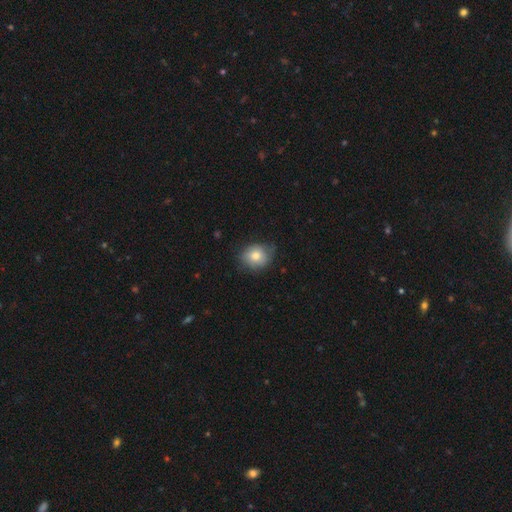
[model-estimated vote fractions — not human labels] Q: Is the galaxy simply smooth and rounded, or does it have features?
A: smooth — 78%.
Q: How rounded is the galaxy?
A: round — 64%.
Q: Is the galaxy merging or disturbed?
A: none — 67%.